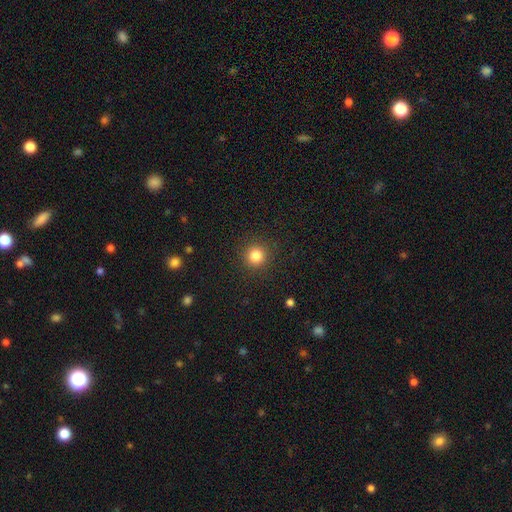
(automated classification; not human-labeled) Morphology: type=smooth (83%); roundness=round (94%); merging=none (91%).